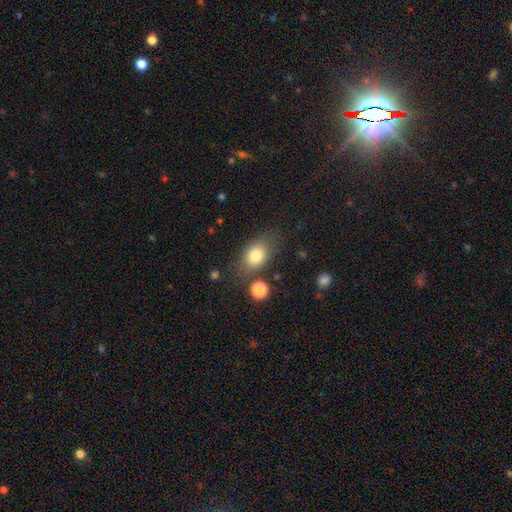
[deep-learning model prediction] smooth-or-featured: smooth: 79% | featured or disk: 12% | star or artifact: 9%
  how-rounded: in between: 76% | round: 21% | cigar-shaped: 3%
  merging: none: 70% | minor disturbance: 17% | major disturbance: 7% | merger: 6%